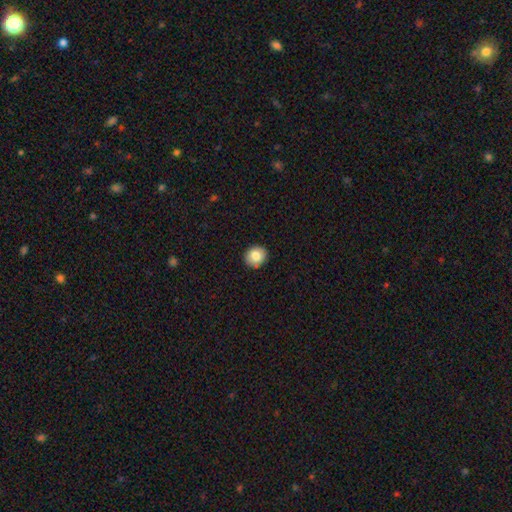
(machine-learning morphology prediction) Overall: smooth (84%). How rounded: round (80%). Merging: none (89%).